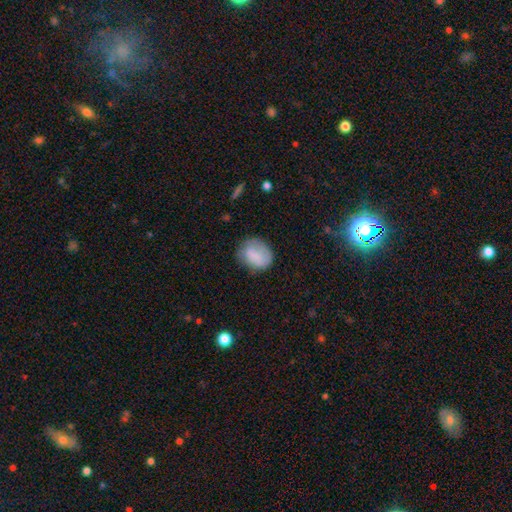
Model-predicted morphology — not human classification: The model was most divided on "how rounded": round: 53%, in between: 46%, cigar-shaped: 1%. More confident: smooth or featured — smooth (78%); merging — none (63%).